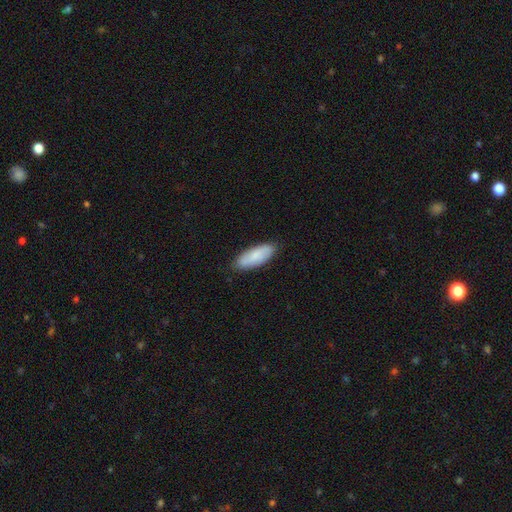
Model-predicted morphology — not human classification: Overall: smooth (78%). How rounded: in between (72%). Merging: none (85%).